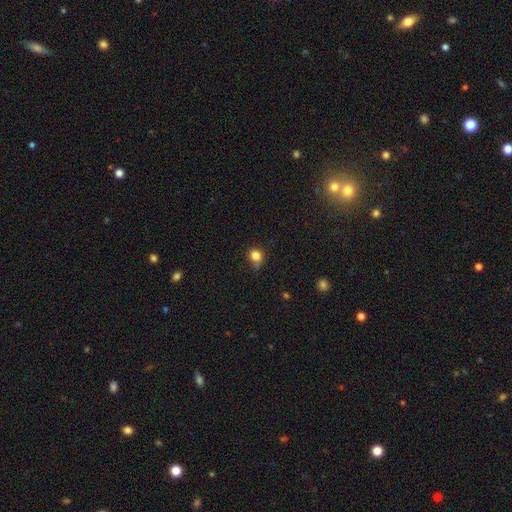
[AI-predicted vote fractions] smooth 83%, star or artifact 11%, featured or disk 6%. Down the decision tree: how rounded — round (66%); merging — none (56%).